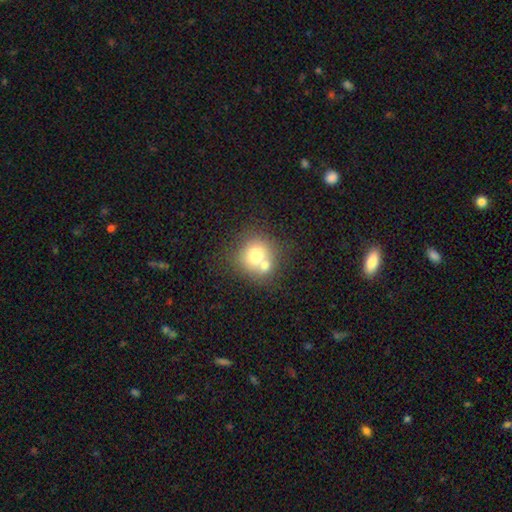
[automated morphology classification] A smooth galaxy with no disk features (68%) that is round (87%). Merging: merger (48%).